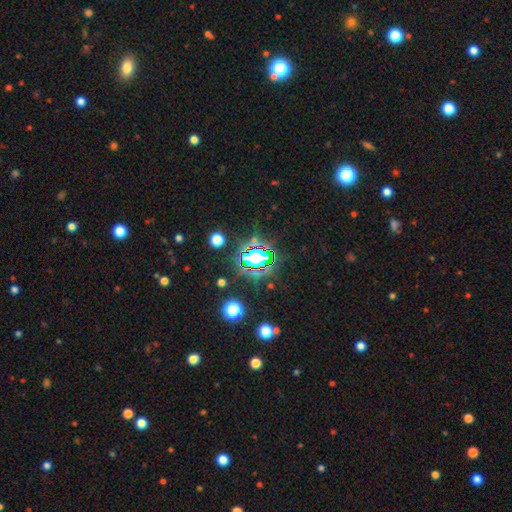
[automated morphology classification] smooth-or-featured: star or artifact: 82% | smooth: 11% | featured or disk: 7%